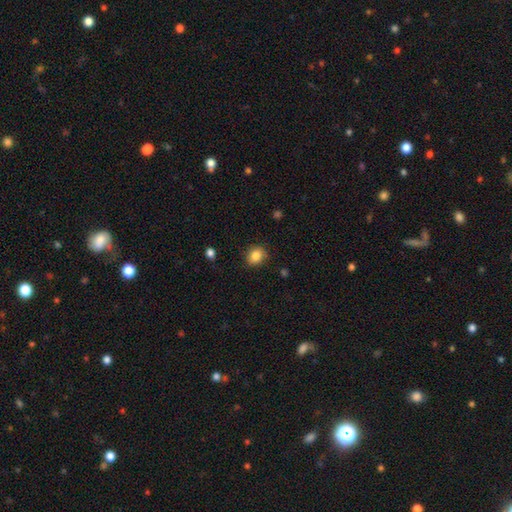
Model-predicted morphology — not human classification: Smooth or featured?
  - smooth: 85% *
  - star or artifact: 9%
  - featured or disk: 6%
How rounded?
  - round: 68% *
  - in between: 31%
  - cigar-shaped: 1%
Merging?
  - none: 83% *
  - minor disturbance: 12%
  - major disturbance: 3%
  - merger: 1%